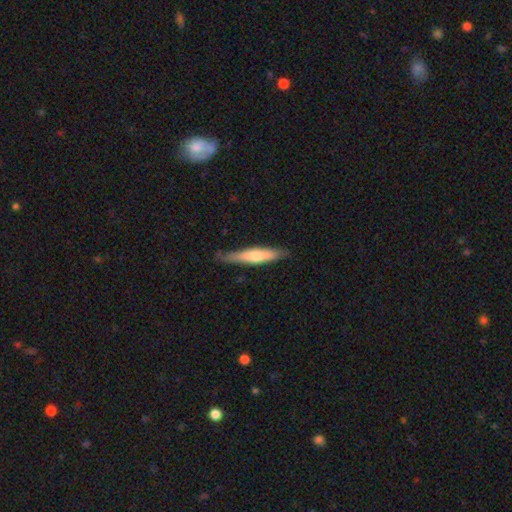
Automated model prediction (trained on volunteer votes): A smooth galaxy with no disk features (55%) that is cigar-shaped (87%).

Vote fractions:
- Smooth or featured? smooth: 55% / featured or disk: 40% / star or artifact: 5%
- How rounded? cigar-shaped: 87% / in between: 12% / round: 1%
- Merging? none: 77% / minor disturbance: 18% / major disturbance: 3% / merger: 2%